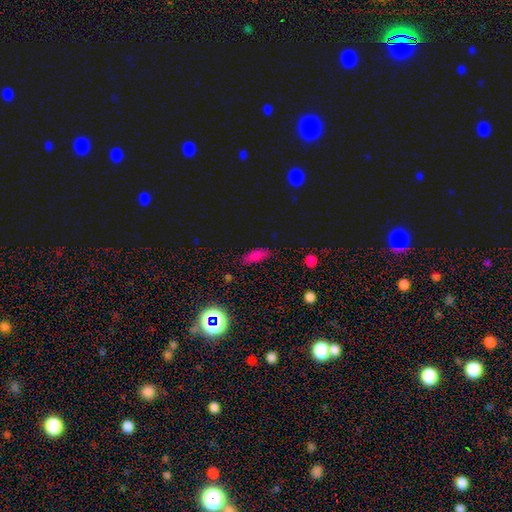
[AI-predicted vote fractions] smooth 74%, star or artifact 18%, featured or disk 7%. Down the decision tree: how rounded — in between (76%); merging — none (81%).